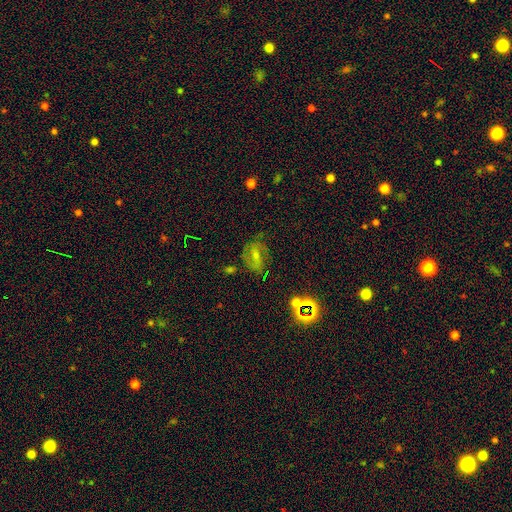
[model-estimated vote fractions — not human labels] The model was most divided on "smooth or featured": featured or disk: 49%, star or artifact: 28%, smooth: 23%. More confident: merging — none (70%).